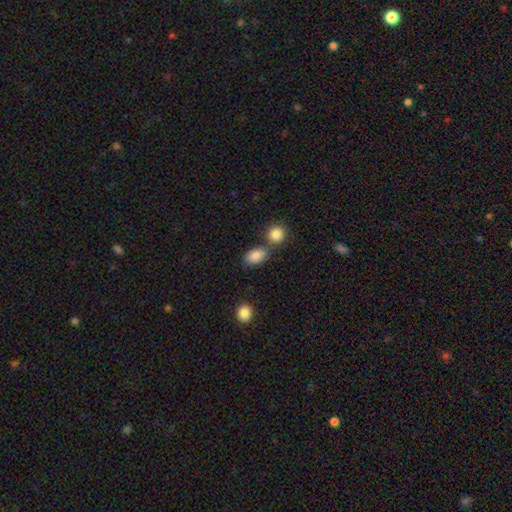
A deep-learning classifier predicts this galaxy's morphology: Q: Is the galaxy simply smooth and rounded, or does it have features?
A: smooth — 86%.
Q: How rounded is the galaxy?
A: in between — 87%.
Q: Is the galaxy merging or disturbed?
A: none — 58%.